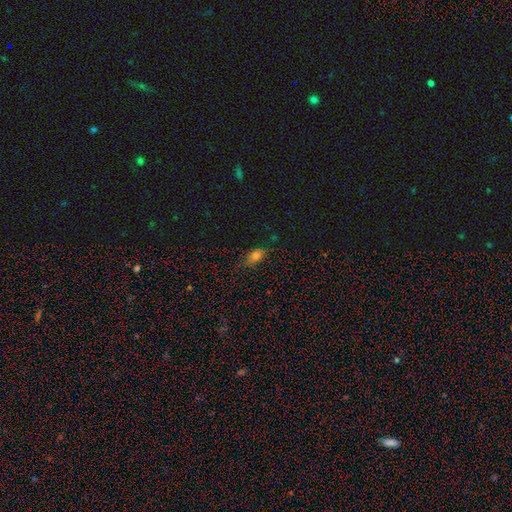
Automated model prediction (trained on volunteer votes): smooth_or_featured: smooth (p=0.76) [alt: star or artifact p=0.15]
how_rounded: in between (p=0.78) [alt: round p=0.16]
merging: none (p=0.71) [alt: minor disturbance p=0.22]